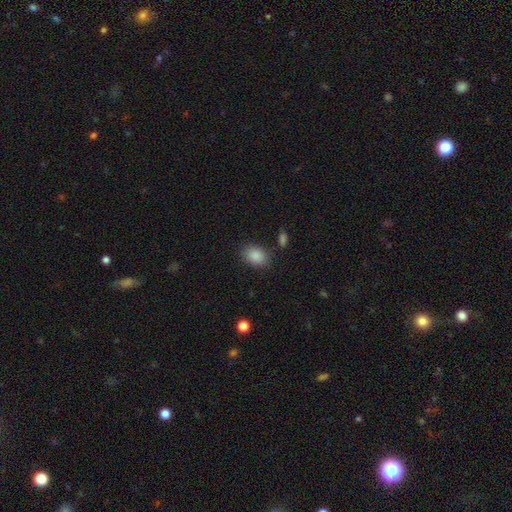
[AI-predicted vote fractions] The model was most divided on "how rounded": in between: 74%, round: 25%, cigar-shaped: 1%. More confident: smooth or featured — smooth (88%); merging — none (80%).